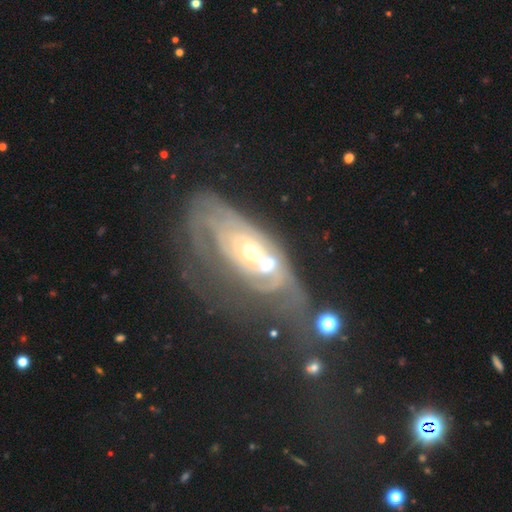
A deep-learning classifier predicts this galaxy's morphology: A featured or disk galaxy (77%) with no bar (78%), spiral arms (70%) and a moderate central bulge (58%). Merging: merger (42%).